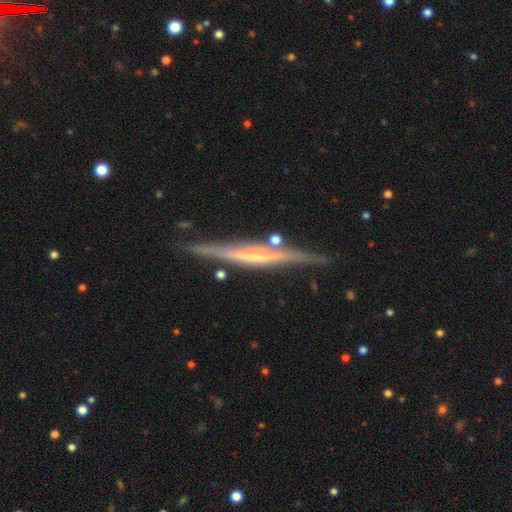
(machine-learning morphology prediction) featured or disk 79%, smooth 15%, star or artifact 6%. Down the decision tree: edge-on disk — yes (97%); edge-on bulge — none (49%); merging — none (83%).